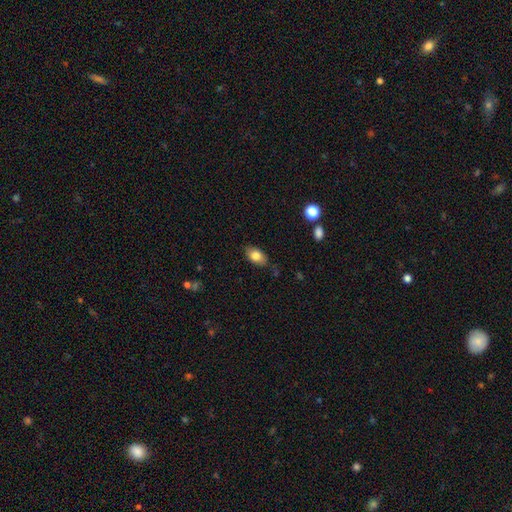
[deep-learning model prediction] Q: Smooth or featured?
A: smooth (81%); runner-up: featured or disk (11%)
Q: How rounded?
A: in between (89%); runner-up: round (8%)
Q: Merging?
A: none (79%); runner-up: minor disturbance (16%)